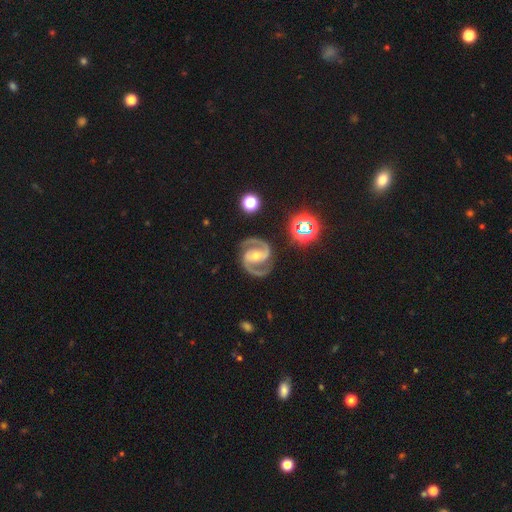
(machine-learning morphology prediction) Smooth or featured? Predicted: featured or disk (p=0.93). Edge-on disk? Predicted: no (p=0.98). Bar? Predicted: strong (p=0.44). Spiral arms? Predicted: yes (p=0.99). Spiral winding? Predicted: medium (p=0.63). Spiral arm count? Predicted: 2 (p=0.94). Bulge size? Predicted: small (p=0.49). Merging? Predicted: none (p=0.84).